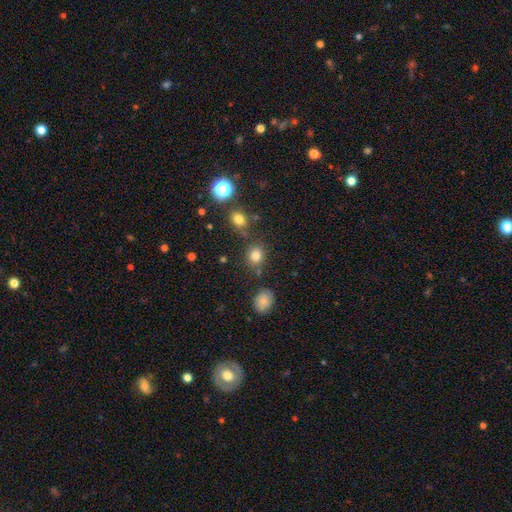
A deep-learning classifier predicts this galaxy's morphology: The model was most divided on "how rounded": round: 76%, in between: 23%, cigar-shaped: 1%. More confident: smooth or featured — smooth (79%); merging — none (77%).